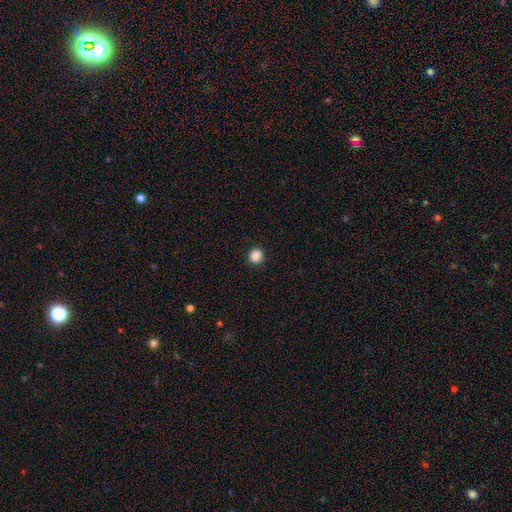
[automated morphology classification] smooth_or_featured: smooth (p=0.88) [alt: star or artifact p=0.10]
how_rounded: round (p=0.93) [alt: in between p=0.06]
merging: none (p=0.93) [alt: minor disturbance p=0.04]